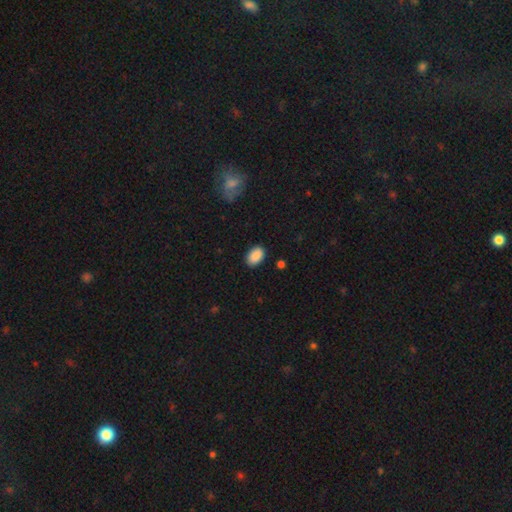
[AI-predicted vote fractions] Smooth or featured?
  - smooth: 89% *
  - star or artifact: 7%
  - featured or disk: 4%
How rounded?
  - in between: 88% *
  - round: 11%
  - cigar-shaped: 1%
Merging?
  - none: 88% *
  - minor disturbance: 9%
  - major disturbance: 2%
  - merger: 1%